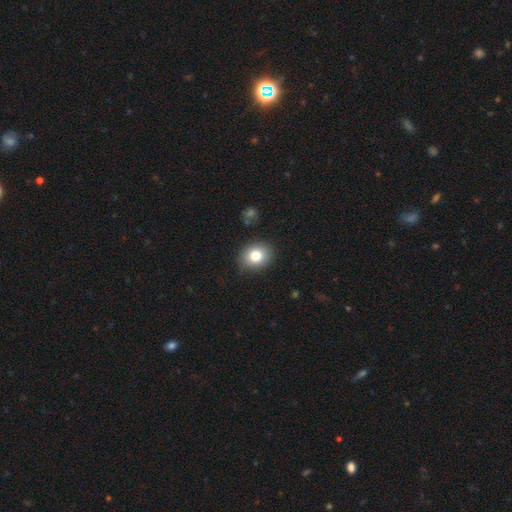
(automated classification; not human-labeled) Overall: smooth (80%). How rounded: round (60%; in between 39%). Merging: none (84%).